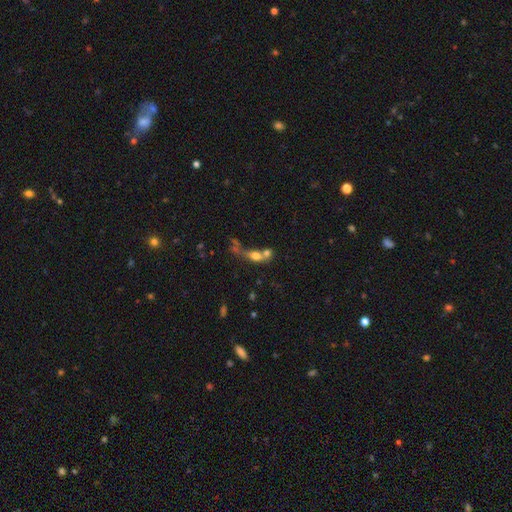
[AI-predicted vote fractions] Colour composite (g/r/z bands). It shows a smooth galaxy with no disk features (61%) that is in between round and cigar-shaped (56%). Merging: merger (60%).